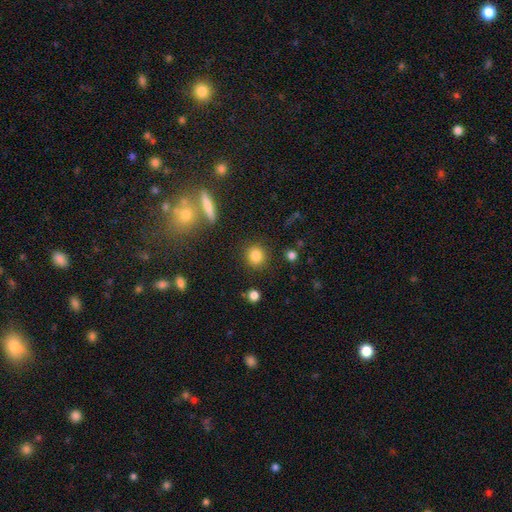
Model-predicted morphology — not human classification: smooth_or_featured: smooth (p=0.84) [alt: star or artifact p=0.11]
how_rounded: round (p=0.85) [alt: in between p=0.14]
merging: none (p=0.87) [alt: minor disturbance p=0.07]